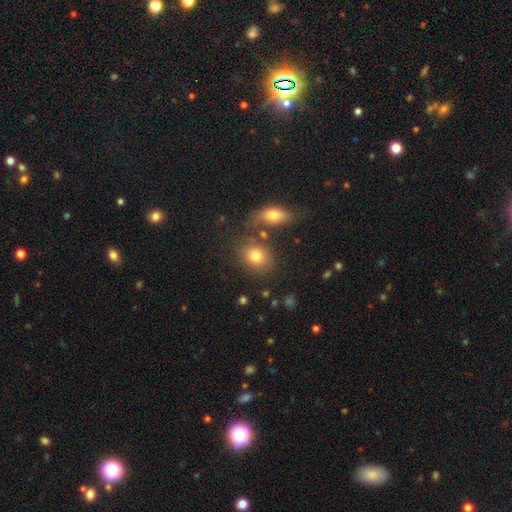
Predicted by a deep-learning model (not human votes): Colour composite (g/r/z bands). It shows a smooth galaxy with no disk features (78%) that is in between round and cigar-shaped (51%). Merging: none (65%).